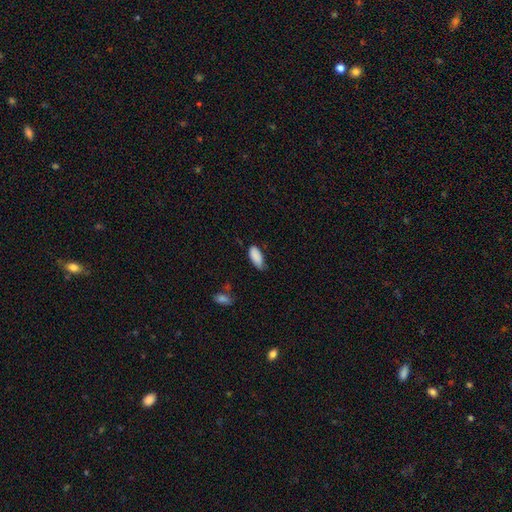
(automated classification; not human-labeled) A smooth galaxy with no disk features (88%) that is in between round and cigar-shaped (89%).

Vote fractions:
- Smooth or featured? smooth: 88% / star or artifact: 7% / featured or disk: 5%
- How rounded? in between: 89% / cigar-shaped: 10% / round: 2%
- Merging? none: 56% / minor disturbance: 36% / major disturbance: 6% / merger: 2%